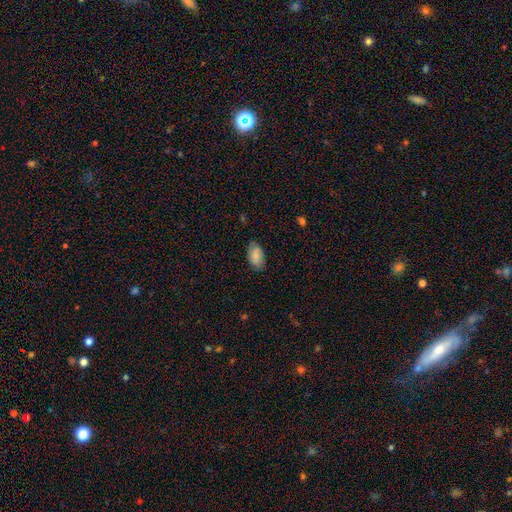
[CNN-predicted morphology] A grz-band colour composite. It shows a smooth galaxy with no disk features (83%) that is in between round and cigar-shaped (94%). Merging: none (80%).